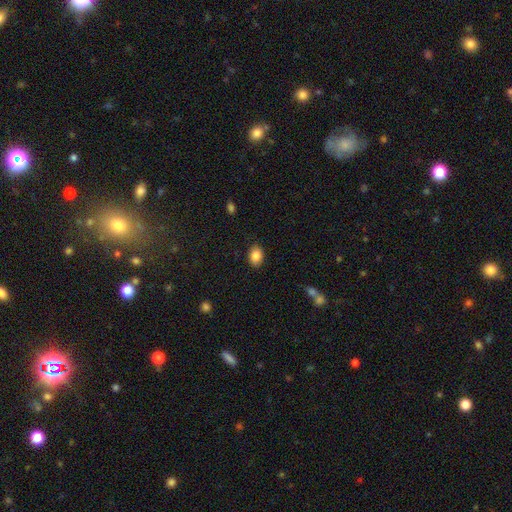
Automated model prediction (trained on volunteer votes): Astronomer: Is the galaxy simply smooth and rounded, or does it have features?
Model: smooth — 87%.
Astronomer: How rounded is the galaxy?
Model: in between — 76%.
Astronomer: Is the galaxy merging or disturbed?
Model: none — 86%.